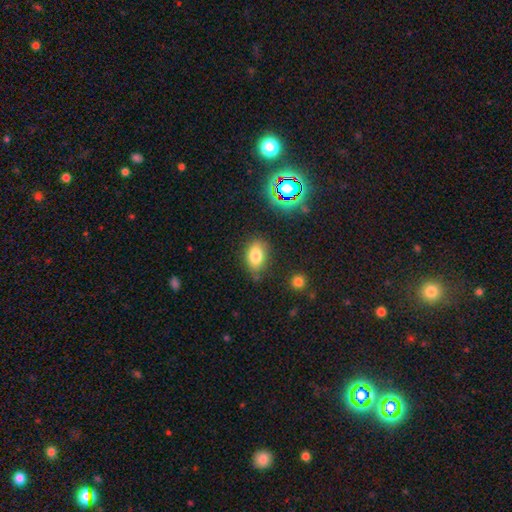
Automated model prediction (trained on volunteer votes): Morphology: type=smooth (79%); roundness=in between (85%); merging=none (76%).